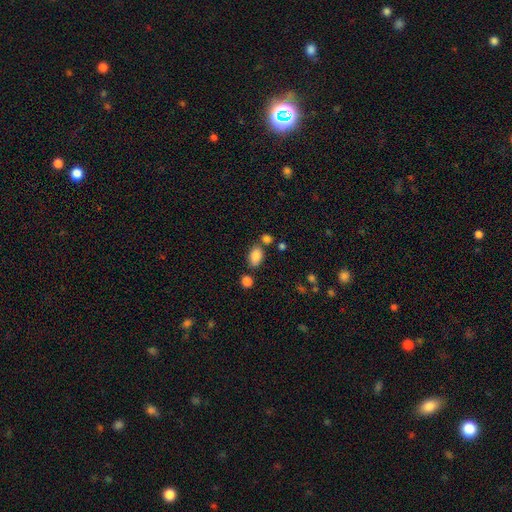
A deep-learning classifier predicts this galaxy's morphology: Smooth or featured: smooth — 86% (star or artifact — 9%)
How rounded: in between — 88% (round — 10%)
Merging: none — 70% (minor disturbance — 14%)